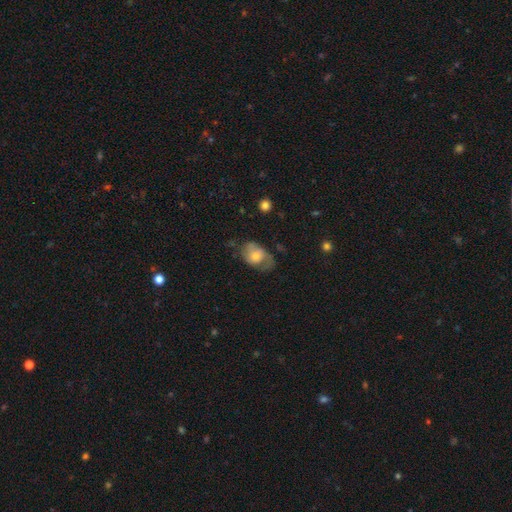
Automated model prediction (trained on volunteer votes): Morphology: type=smooth (53%); roundness=in between (76%); merging=none (41%).